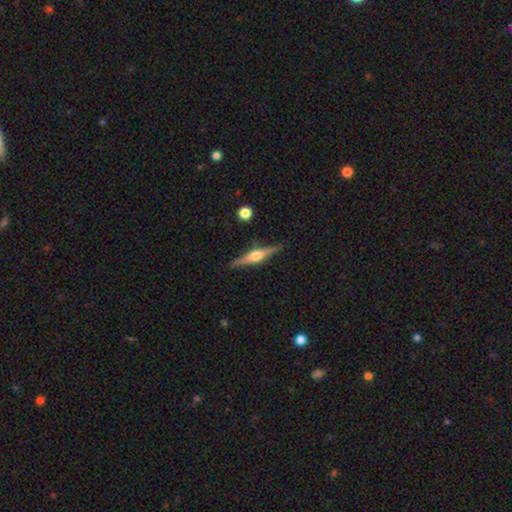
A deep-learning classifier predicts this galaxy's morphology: Smooth or featured? Predicted: featured or disk (p=0.76). Edge-on disk? Predicted: yes (p=0.98). Edge-on bulge? Predicted: rounded (p=0.92). Merging? Predicted: none (p=0.89).